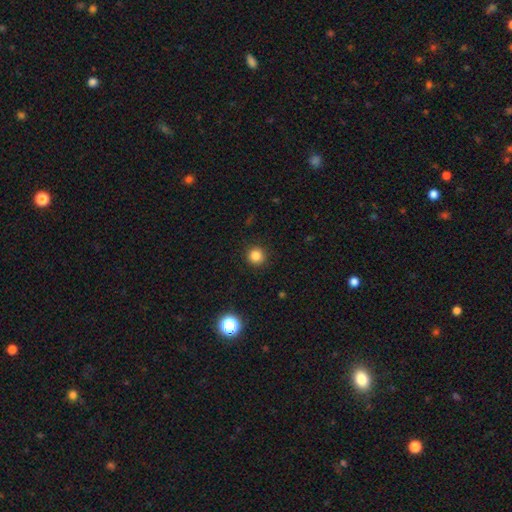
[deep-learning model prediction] Q: Smooth or featured?
A: smooth (83%); runner-up: star or artifact (13%)
Q: How rounded?
A: round (95%); runner-up: in between (4%)
Q: Merging?
A: none (92%); runner-up: minor disturbance (5%)